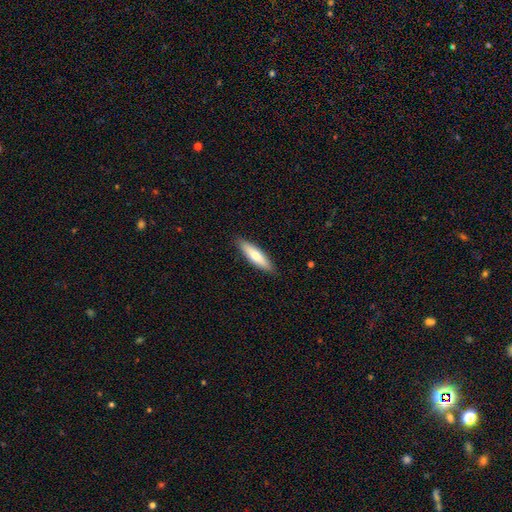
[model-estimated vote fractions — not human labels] smooth 68%, featured or disk 27%, star or artifact 5%. Down the decision tree: how rounded — cigar-shaped (70%); merging — none (89%).